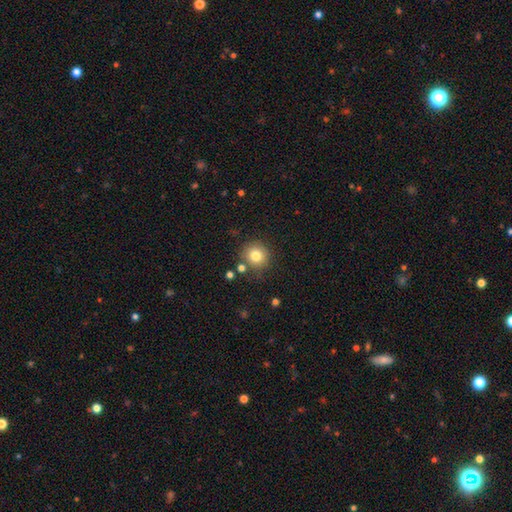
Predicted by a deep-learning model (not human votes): smooth-or-featured: smooth: 80% | star or artifact: 12% | featured or disk: 9%
  how-rounded: round: 92% | in between: 7% | cigar-shaped: 1%
  merging: none: 81% | minor disturbance: 10% | merger: 6% | major disturbance: 3%